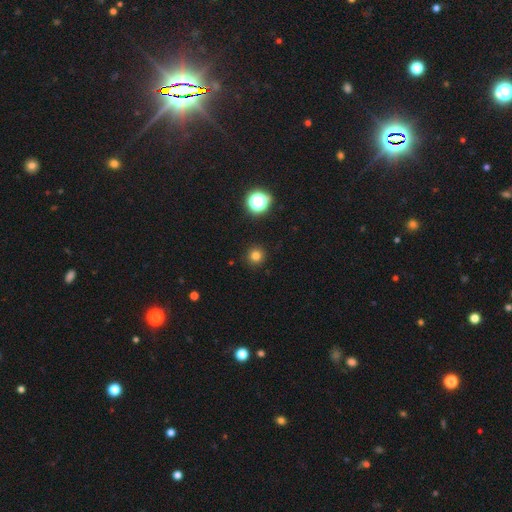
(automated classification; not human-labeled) Smooth or featured? smooth (78%)
How rounded? round (95%)
Merging? none (92%)